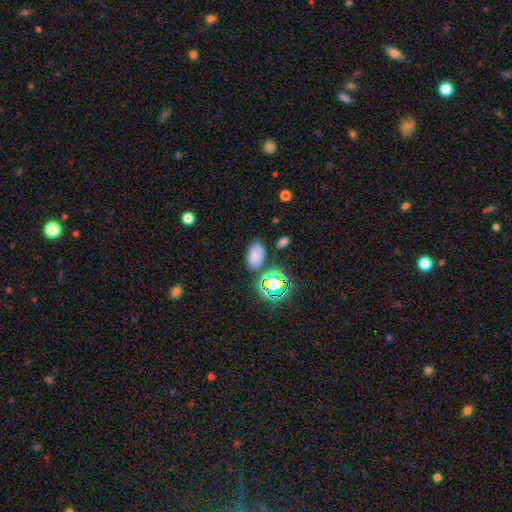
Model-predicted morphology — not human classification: Q: Smooth or featured?
A: smooth (67%); runner-up: star or artifact (22%)
Q: How rounded?
A: in between (88%); runner-up: round (11%)
Q: Merging?
A: none (71%); runner-up: minor disturbance (16%)